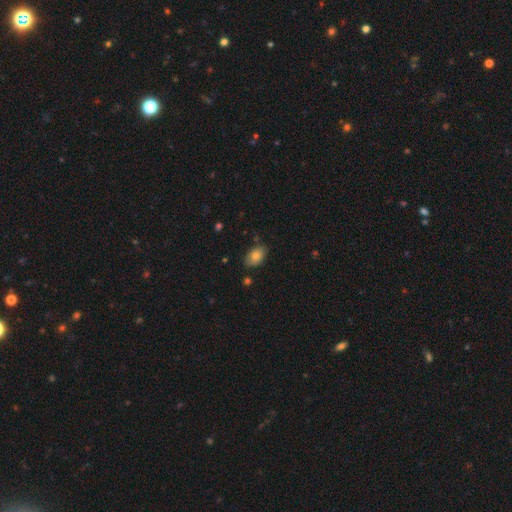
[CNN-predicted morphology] Overall: smooth (77%). How rounded: in between (90%). Merging: none (79%).